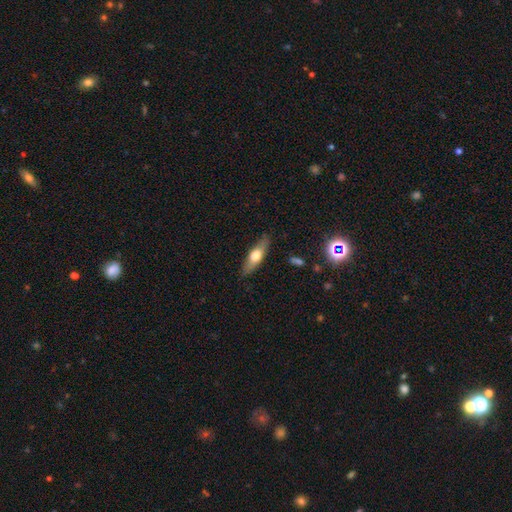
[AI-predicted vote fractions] smooth-or-featured: smooth: 55% | featured or disk: 39% | star or artifact: 6%
  how-rounded: cigar-shaped: 53% | in between: 44% | round: 3%
  merging: none: 84% | minor disturbance: 12% | major disturbance: 3% | merger: 1%